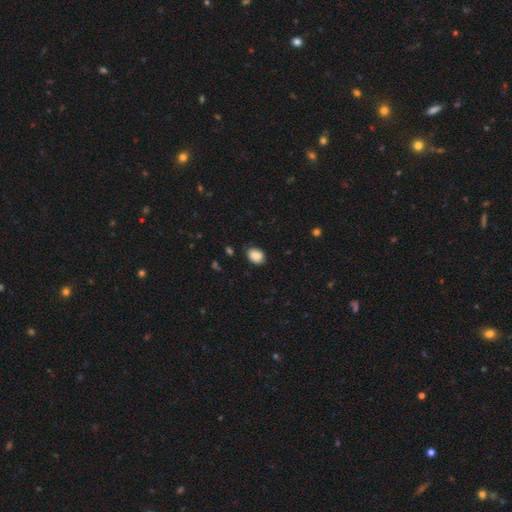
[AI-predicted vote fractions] smooth-or-featured: smooth: 88% | star or artifact: 8% | featured or disk: 4%
  how-rounded: in between: 71% | round: 28% | cigar-shaped: 1%
  merging: none: 81% | minor disturbance: 14% | major disturbance: 3% | merger: 1%